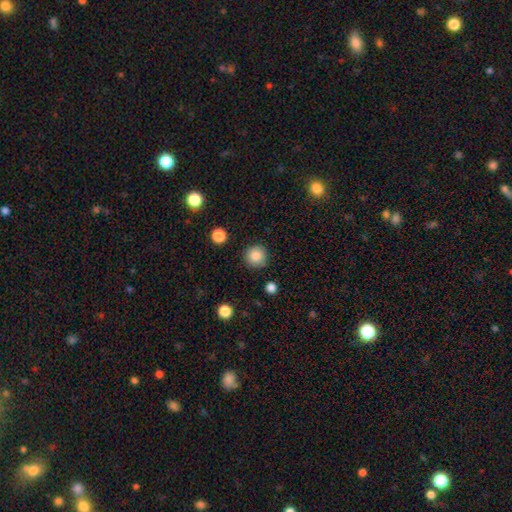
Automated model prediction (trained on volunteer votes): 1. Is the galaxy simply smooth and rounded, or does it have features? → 86% smooth, 10% star or artifact, 4% featured or disk.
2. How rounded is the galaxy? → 95% round, 4% in between, 1% cigar-shaped.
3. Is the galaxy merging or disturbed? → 89% none, 7% minor disturbance, 2% major disturbance, 2% merger.